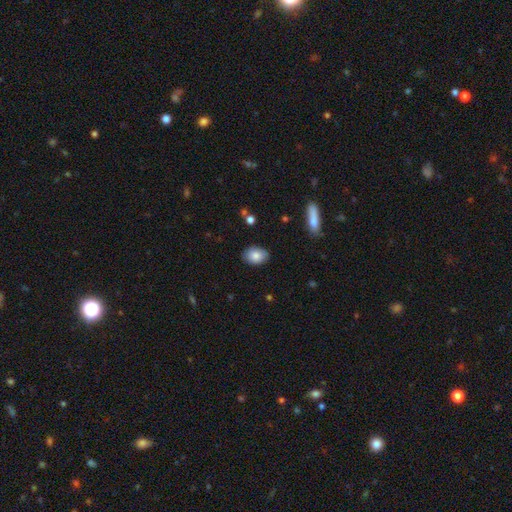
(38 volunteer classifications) This appears to be a smooth galaxy with no disk features (79%) that is in between round and cigar-shaped (90%). Merging: none (91%).